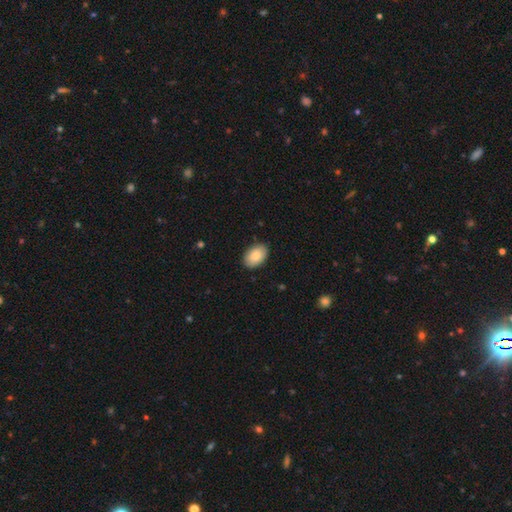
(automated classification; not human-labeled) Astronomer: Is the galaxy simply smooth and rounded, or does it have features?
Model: smooth — 86%.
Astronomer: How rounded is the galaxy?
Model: in between — 88%.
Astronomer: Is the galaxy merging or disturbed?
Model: none — 88%.